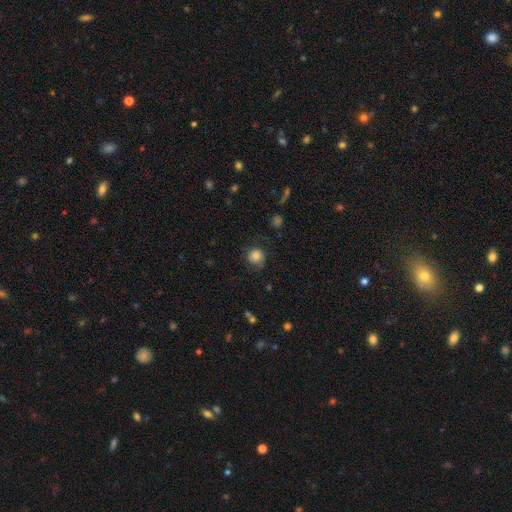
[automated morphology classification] smooth-or-featured: smooth: 78% | featured or disk: 11% | star or artifact: 10%
  how-rounded: round: 90% | in between: 9% | cigar-shaped: 1%
  merging: none: 74% | minor disturbance: 18% | major disturbance: 7% | merger: 1%